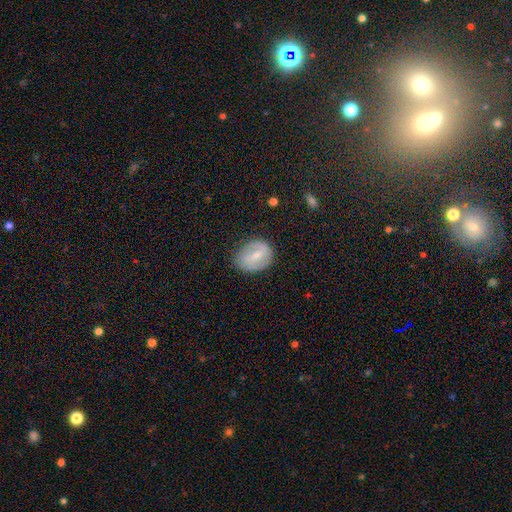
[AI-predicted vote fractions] The model was most divided on "smooth or featured": smooth: 50%, featured or disk: 42%, star or artifact: 7%. More confident: merging — none (75%); how rounded — in between (56%).